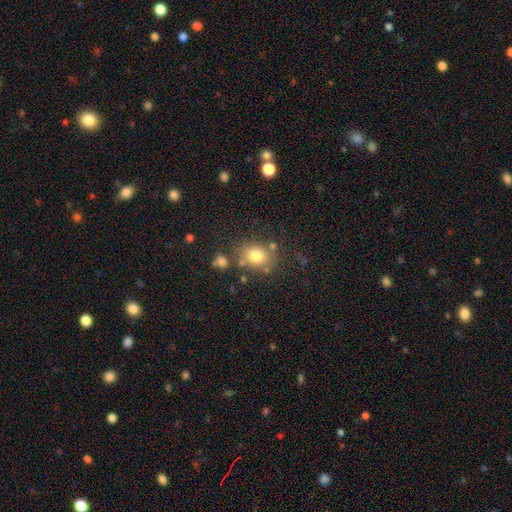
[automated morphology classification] Smooth or featured: smooth — 78% (star or artifact — 12%)
How rounded: round — 55% (in between — 44%)
Merging: none — 70% (minor disturbance — 15%)